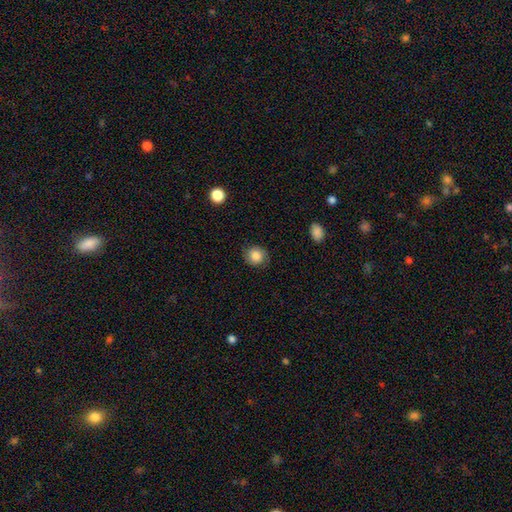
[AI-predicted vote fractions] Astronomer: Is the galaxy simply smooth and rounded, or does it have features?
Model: smooth — 79%.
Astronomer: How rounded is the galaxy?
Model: round — 78%.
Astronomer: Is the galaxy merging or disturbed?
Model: none — 81%.